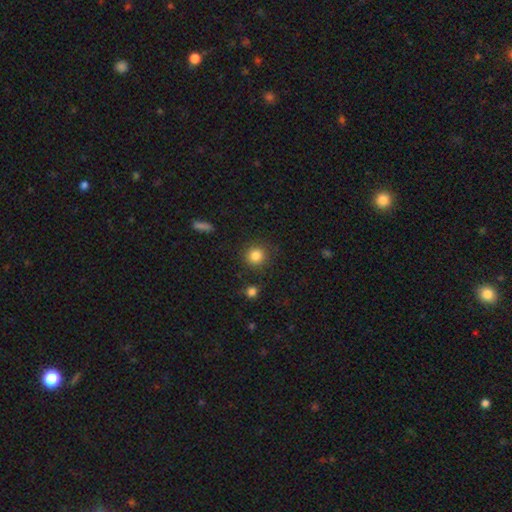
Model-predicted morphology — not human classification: This appears to be a smooth galaxy with no disk features (85%) that is round (91%). Merging: none (85%).